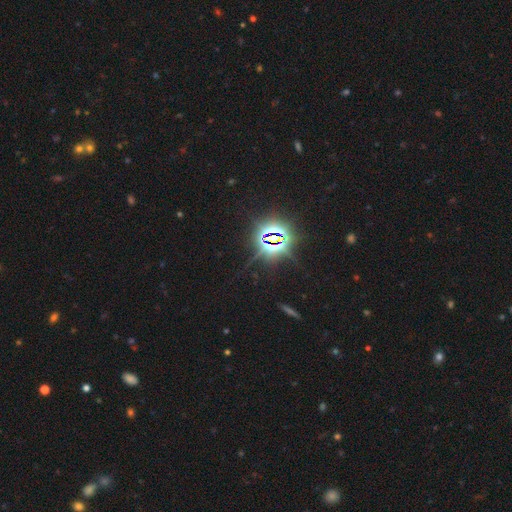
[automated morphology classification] Smooth or featured? star or artifact (85%)